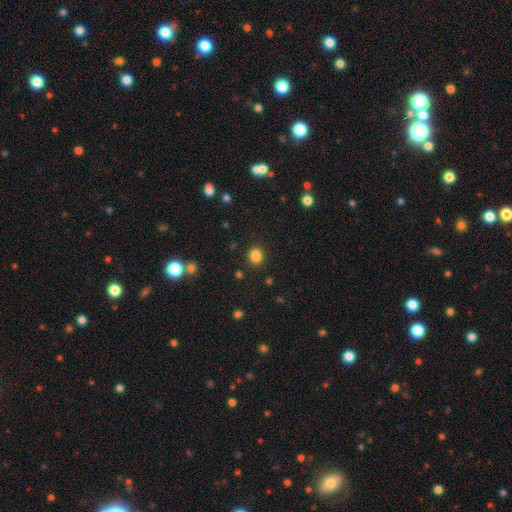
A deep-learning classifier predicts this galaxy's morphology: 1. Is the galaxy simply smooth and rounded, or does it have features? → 84% smooth, 13% star or artifact, 4% featured or disk.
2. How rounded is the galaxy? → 81% round, 18% in between, 1% cigar-shaped.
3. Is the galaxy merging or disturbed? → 89% none, 7% minor disturbance, 3% major disturbance, 2% merger.